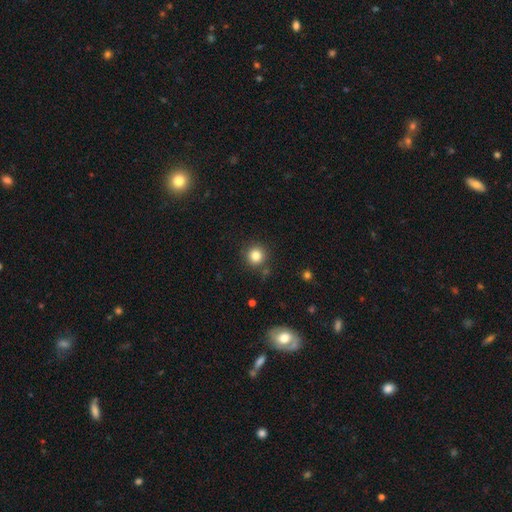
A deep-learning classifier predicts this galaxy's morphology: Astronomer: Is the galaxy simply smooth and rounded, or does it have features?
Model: smooth — 83%.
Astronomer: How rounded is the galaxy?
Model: round — 93%.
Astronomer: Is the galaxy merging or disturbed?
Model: none — 86%.